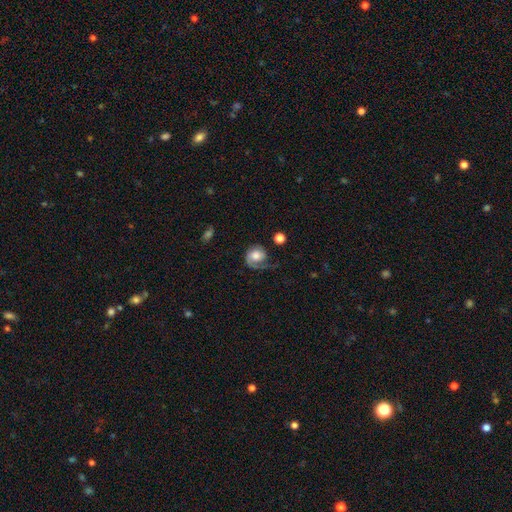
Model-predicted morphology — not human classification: Smooth or featured? Predicted: featured or disk (p=0.56). Edge-on disk? Predicted: no (p=0.97). Bar? Predicted: no (p=0.72). Spiral arms? Predicted: yes (p=0.88). Bulge size? Predicted: moderate (p=0.43). Merging? Predicted: none (p=0.44).